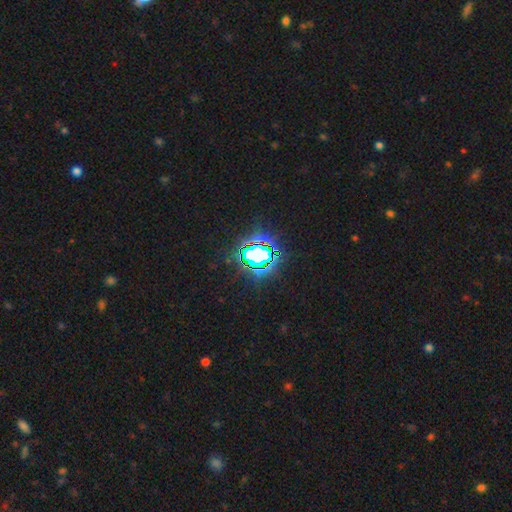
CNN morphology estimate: This is likely a star or artifact rather than a galaxy (75%).